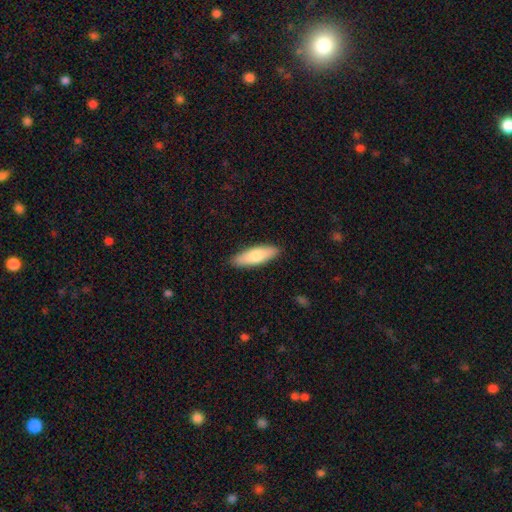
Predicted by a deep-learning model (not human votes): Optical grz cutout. It shows a smooth galaxy with no disk features (77%) that is in between round and cigar-shaped (50%). Merging: none (89%).